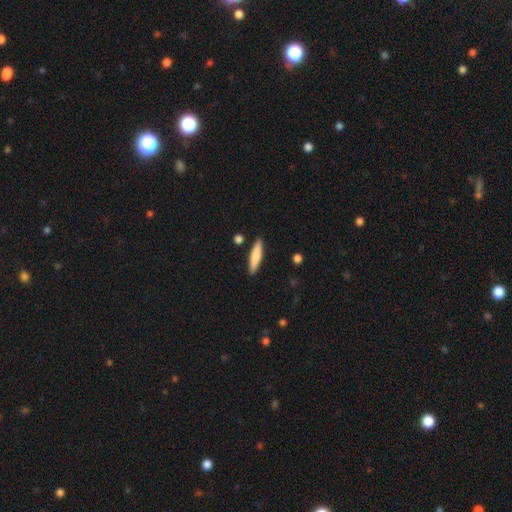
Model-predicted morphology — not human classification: This appears to be a smooth galaxy with no disk features (75%) that is cigar-shaped (83%). Merging: none (88%).